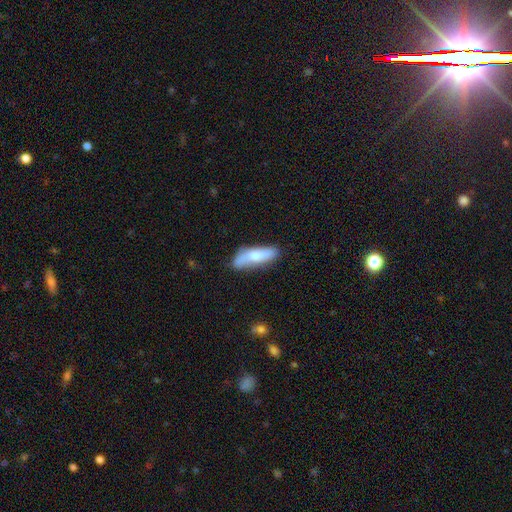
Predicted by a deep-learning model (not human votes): Smooth or featured? Predicted: smooth (p=0.67). How rounded? Predicted: in between (p=0.52). Merging? Predicted: none (p=0.68).